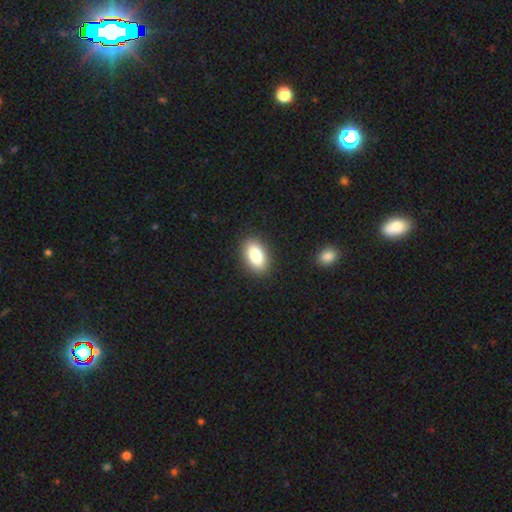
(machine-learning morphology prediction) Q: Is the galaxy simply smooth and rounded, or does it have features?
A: smooth — 86%.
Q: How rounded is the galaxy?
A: in between — 91%.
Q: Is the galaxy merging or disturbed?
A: none — 89%.